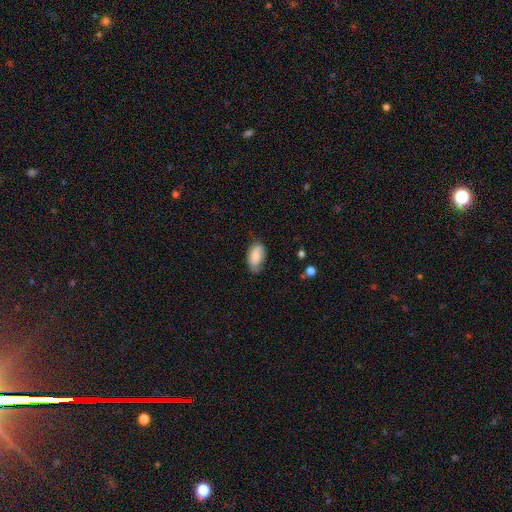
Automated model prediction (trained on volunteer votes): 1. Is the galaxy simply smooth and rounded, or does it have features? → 74% smooth, 19% featured or disk, 7% star or artifact.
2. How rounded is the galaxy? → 93% in between, 5% round, 2% cigar-shaped.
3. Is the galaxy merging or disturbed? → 61% none, 30% minor disturbance, 7% major disturbance, 2% merger.